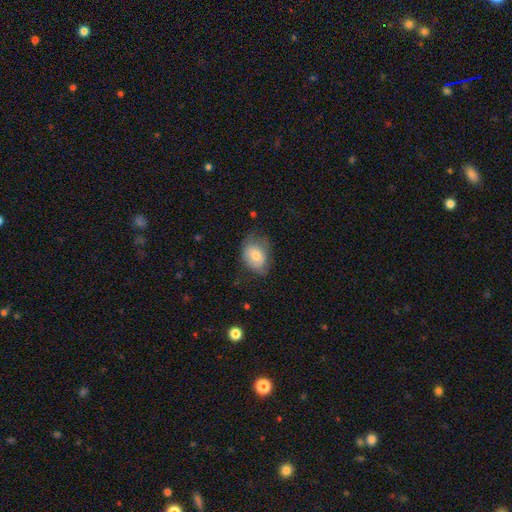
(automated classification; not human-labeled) Smooth or featured? smooth (67%)
How rounded? in between (65%)
Merging? none (50%)